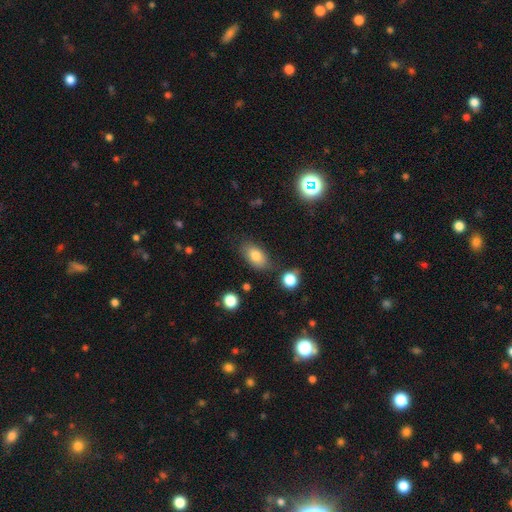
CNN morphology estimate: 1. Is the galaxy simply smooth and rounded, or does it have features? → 79% smooth, 12% featured or disk, 9% star or artifact.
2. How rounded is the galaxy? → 89% in between, 8% round, 3% cigar-shaped.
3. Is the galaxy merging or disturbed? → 74% none, 16% minor disturbance, 5% merger, 4% major disturbance.